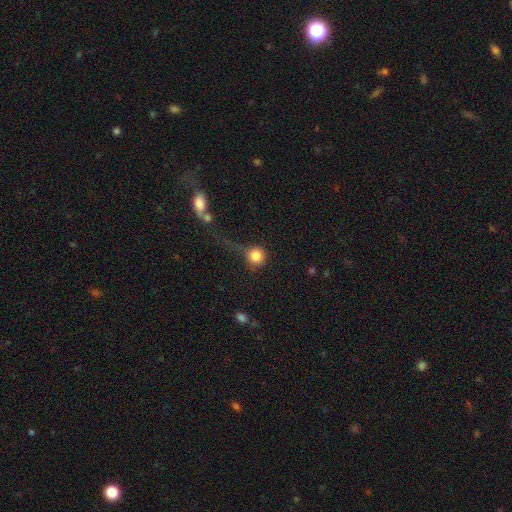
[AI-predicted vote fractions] Smooth or featured? smooth (82%)
How rounded? round (92%)
Merging? none (50%)